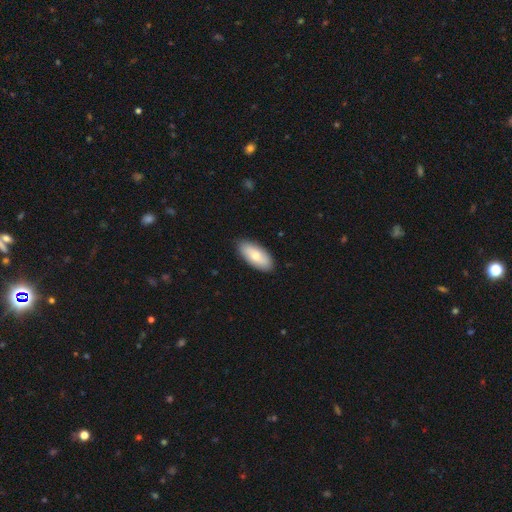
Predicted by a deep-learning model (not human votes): Smooth or featured? Predicted: smooth (p=0.72). How rounded? Predicted: in between (p=0.90). Merging? Predicted: none (p=0.88).